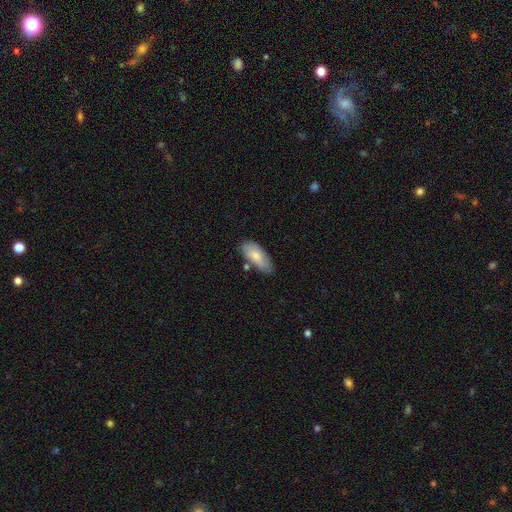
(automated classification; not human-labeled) The model was most divided on "merging": none: 69%, minor disturbance: 21%, merger: 6%, major disturbance: 4%. More confident: how rounded — in between (86%); smooth or featured — smooth (74%).